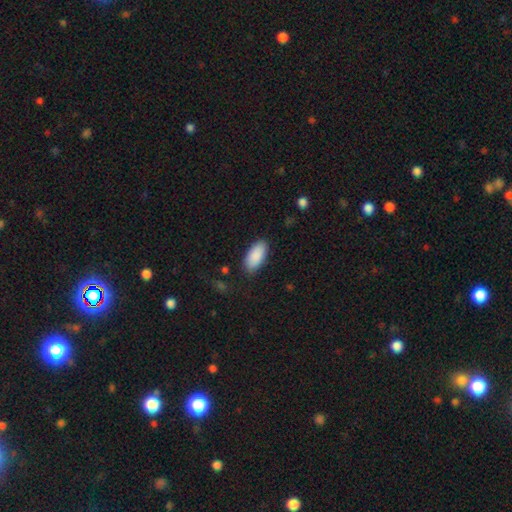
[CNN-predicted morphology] Q: Smooth or featured?
A: smooth (90%); runner-up: star or artifact (6%)
Q: How rounded?
A: in between (93%); runner-up: cigar-shaped (6%)
Q: Merging?
A: none (86%); runner-up: minor disturbance (10%)